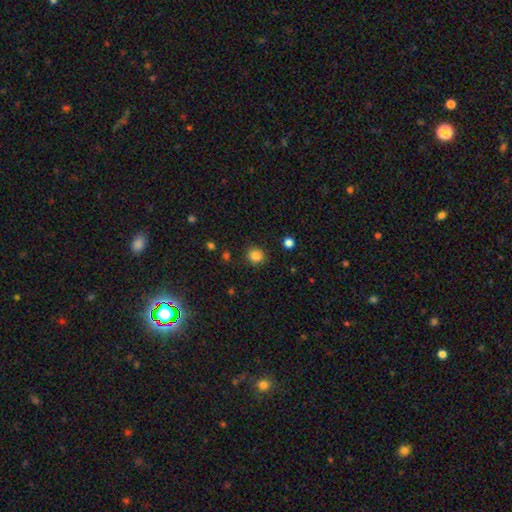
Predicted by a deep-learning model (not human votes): This appears to be a smooth galaxy with no disk features (85%) that is round (87%). Merging: none (87%).